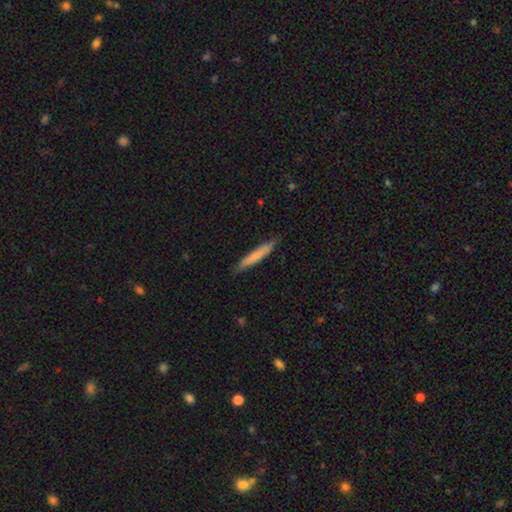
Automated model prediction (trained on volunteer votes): smooth 73%, featured or disk 21%, star or artifact 5%. Down the decision tree: how rounded — cigar-shaped (95%); merging — none (86%).